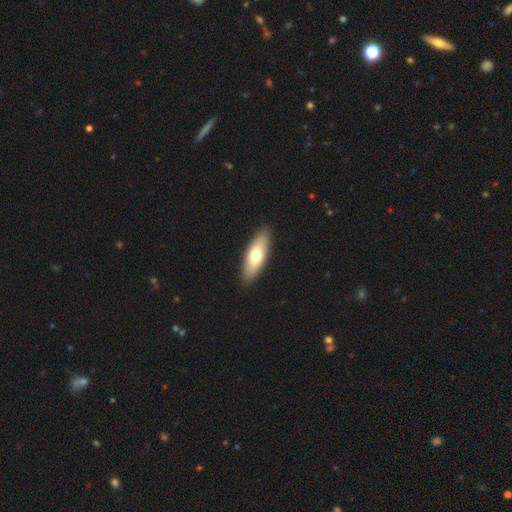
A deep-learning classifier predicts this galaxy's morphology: A smooth galaxy with no disk features (68%) that is in between round and cigar-shaped (63%). Merging: none (90%).